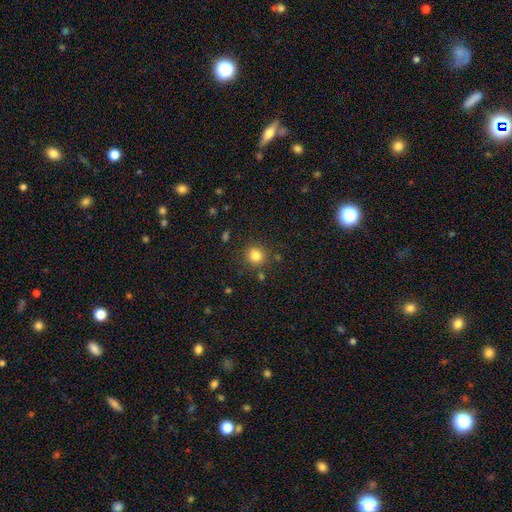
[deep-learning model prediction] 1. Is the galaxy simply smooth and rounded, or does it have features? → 82% smooth, 12% star or artifact, 6% featured or disk.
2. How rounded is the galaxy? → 88% round, 11% in between, 1% cigar-shaped.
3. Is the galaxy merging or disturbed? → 83% none, 9% minor disturbance, 4% merger, 3% major disturbance.